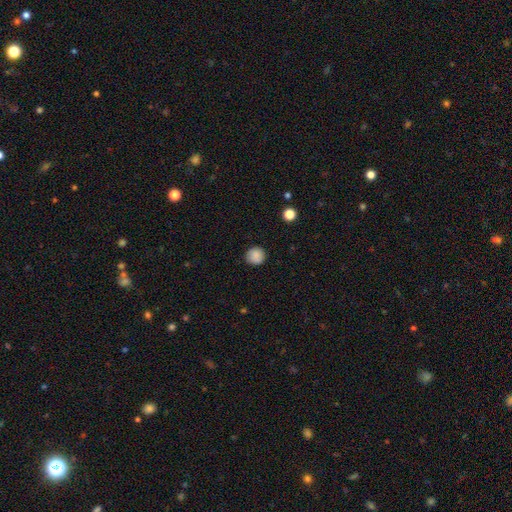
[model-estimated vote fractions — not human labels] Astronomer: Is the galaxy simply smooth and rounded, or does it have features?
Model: smooth — 87%.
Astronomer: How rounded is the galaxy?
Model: round — 93%.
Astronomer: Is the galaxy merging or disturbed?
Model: none — 88%.